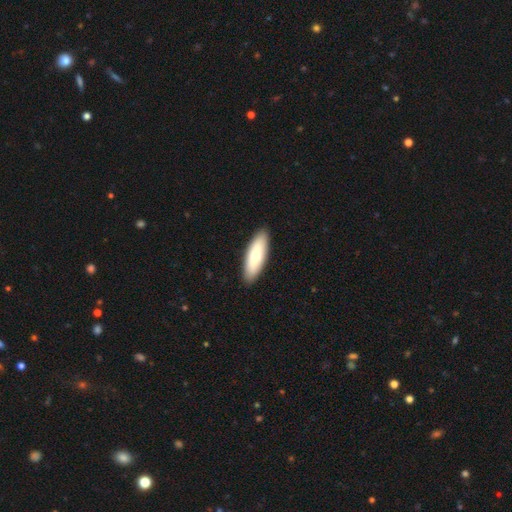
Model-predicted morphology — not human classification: Overall: smooth (70%). How rounded: in between (58%; cigar-shaped 40%). Merging: none (90%).